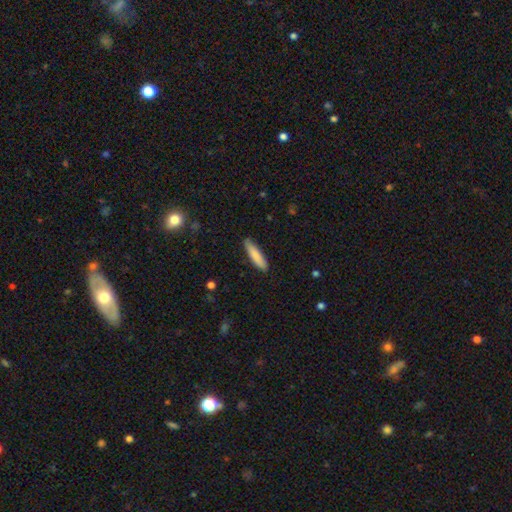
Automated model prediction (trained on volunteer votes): This is clearly a smooth galaxy (84%). How rounded: likely cigar-shaped (80%). Merging: clearly none (87%).